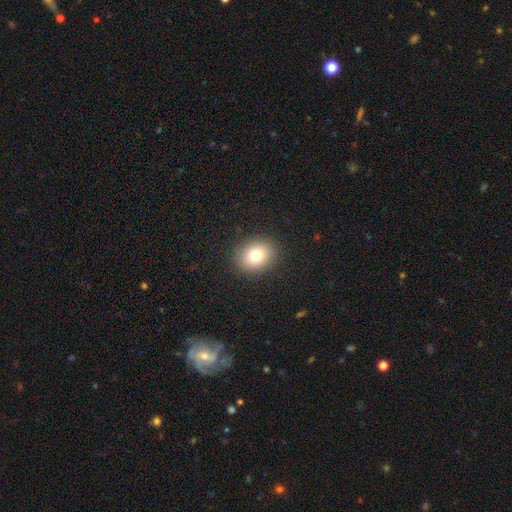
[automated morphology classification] Q: Smooth or featured?
A: smooth (77%); runner-up: star or artifact (11%)
Q: How rounded?
A: round (58%); runner-up: in between (41%)
Q: Merging?
A: none (89%); runner-up: minor disturbance (7%)